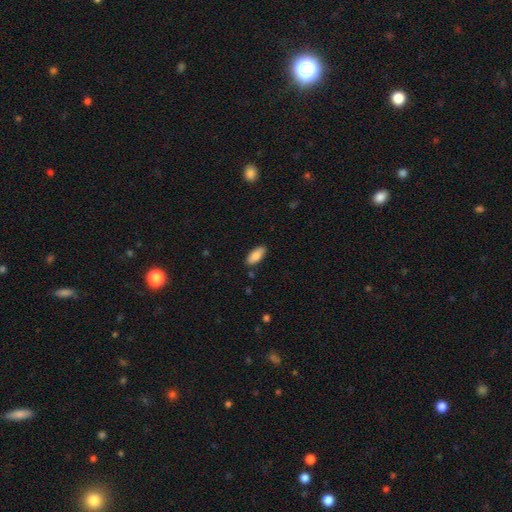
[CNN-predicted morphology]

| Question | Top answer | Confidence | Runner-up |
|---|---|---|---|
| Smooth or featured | smooth | 83% | featured or disk (11%) |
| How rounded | in between | 88% | cigar-shaped (11%) |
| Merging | none | 86% | minor disturbance (10%) |